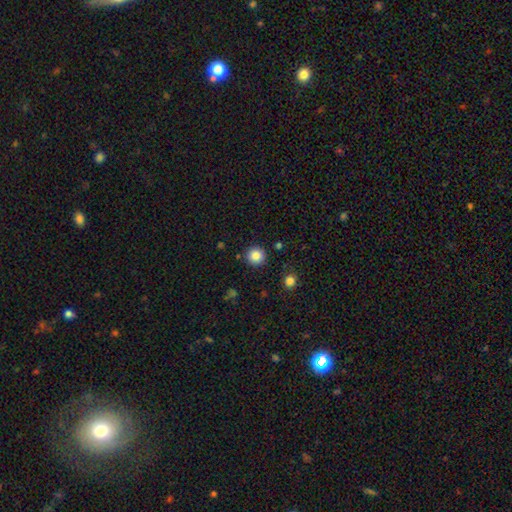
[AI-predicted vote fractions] Smooth or featured?
  - smooth: 86% *
  - star or artifact: 10%
  - featured or disk: 4%
How rounded?
  - round: 95% *
  - in between: 4%
  - cigar-shaped: 1%
Merging?
  - none: 90% *
  - minor disturbance: 6%
  - major disturbance: 2%
  - merger: 2%